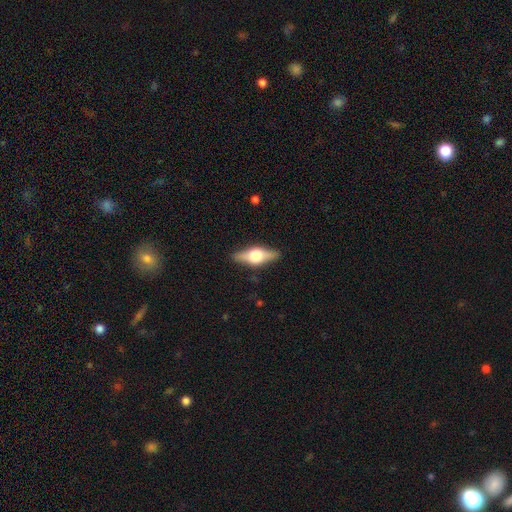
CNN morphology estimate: Overall: featured or disk (61%; smooth 33%). Edge-on disk: yes (94%). Edge-on bulge: rounded (94%). Merging: none (88%).